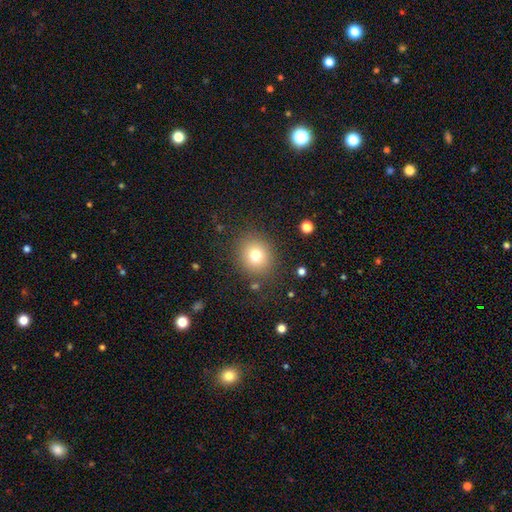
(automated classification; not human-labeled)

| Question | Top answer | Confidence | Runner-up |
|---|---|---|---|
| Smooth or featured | smooth | 75% | star or artifact (14%) |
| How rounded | round | 81% | in between (18%) |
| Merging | none | 86% | minor disturbance (9%) |